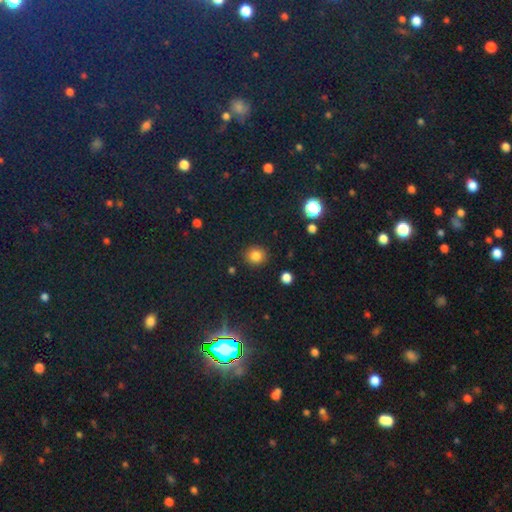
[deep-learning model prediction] smooth_or_featured: smooth (p=0.82) [alt: star or artifact p=0.13]
how_rounded: round (p=0.87) [alt: in between p=0.12]
merging: none (p=0.89) [alt: minor disturbance p=0.07]